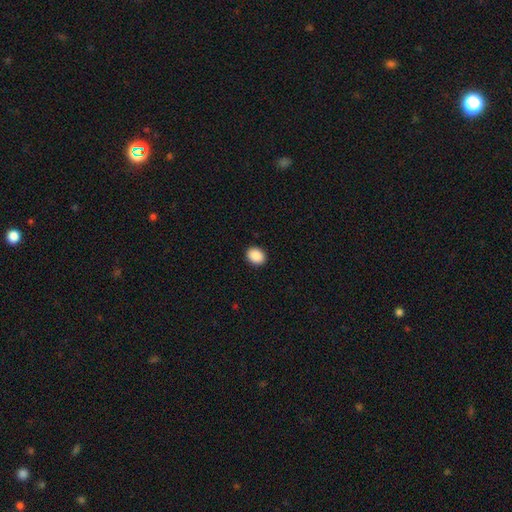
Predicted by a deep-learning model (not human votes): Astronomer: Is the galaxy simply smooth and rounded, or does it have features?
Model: smooth — 90%.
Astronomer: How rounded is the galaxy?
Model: round — 50% (runner-up: in between, 49%).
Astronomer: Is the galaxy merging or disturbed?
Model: none — 91%.